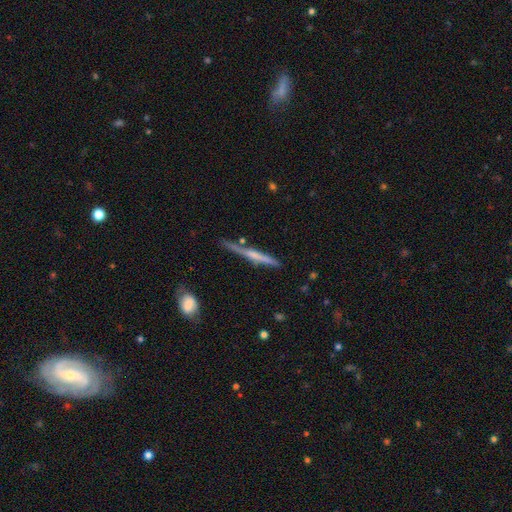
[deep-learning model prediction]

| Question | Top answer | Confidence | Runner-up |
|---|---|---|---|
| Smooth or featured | featured or disk | 59% | smooth (35%) |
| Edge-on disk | yes | 97% | no (3%) |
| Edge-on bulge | none | 51% | rounded (36%) |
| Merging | none | 77% | minor disturbance (16%) |